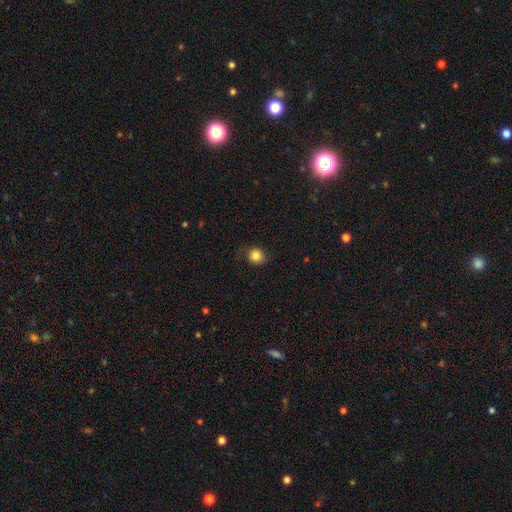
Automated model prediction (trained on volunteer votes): Morphology: type=smooth (83%); roundness=round (85%); merging=none (80%).